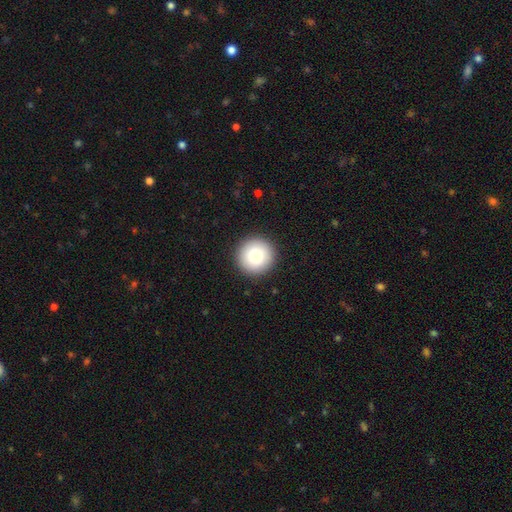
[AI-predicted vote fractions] Morphology: type=smooth (81%); roundness=round (96%); merging=none (93%).